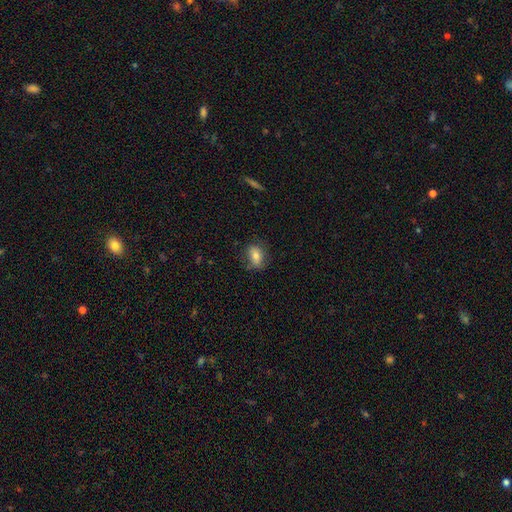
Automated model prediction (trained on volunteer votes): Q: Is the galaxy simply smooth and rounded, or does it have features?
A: smooth — 74%.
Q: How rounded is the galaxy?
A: in between — 75%.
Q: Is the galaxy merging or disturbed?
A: none — 73%.